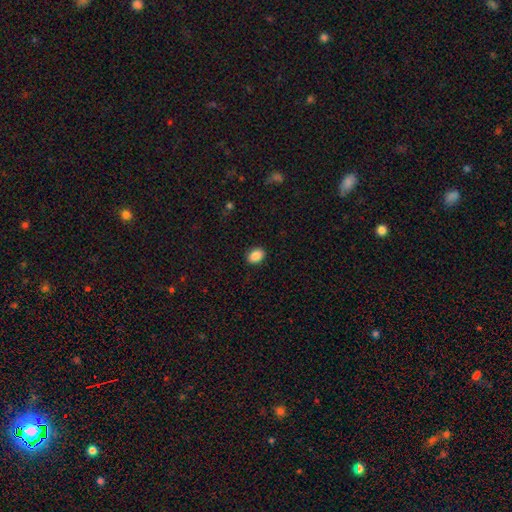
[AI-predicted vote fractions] Overall: smooth (89%). How rounded: in between (71%). Merging: none (90%).